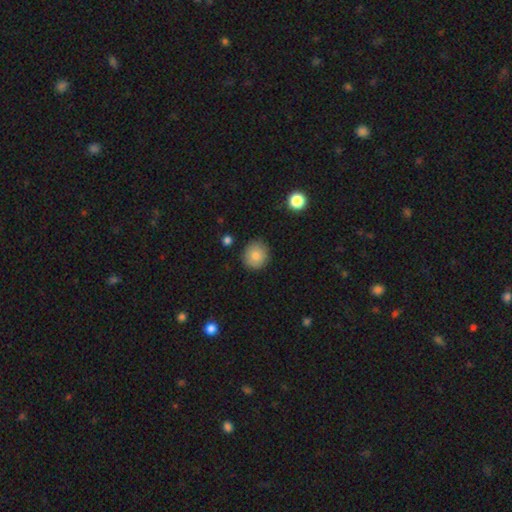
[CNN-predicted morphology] Smooth or featured? smooth (84%)
How rounded? round (87%)
Merging? none (87%)